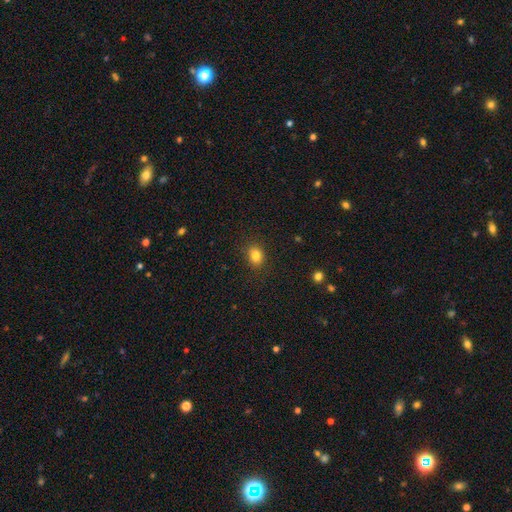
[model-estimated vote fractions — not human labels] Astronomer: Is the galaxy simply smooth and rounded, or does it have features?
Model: smooth — 82%.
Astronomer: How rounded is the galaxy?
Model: in between — 50% (runner-up: round, 49%).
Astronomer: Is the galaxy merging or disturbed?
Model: none — 87%.